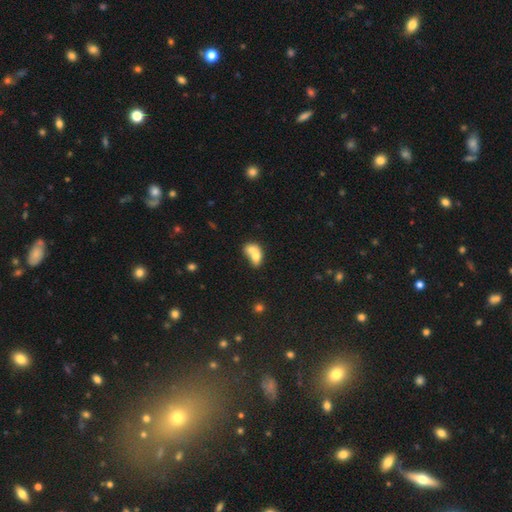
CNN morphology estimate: This is likely a smooth galaxy (68%). How rounded: likely in between (68%). Merging: likely merger (76%).